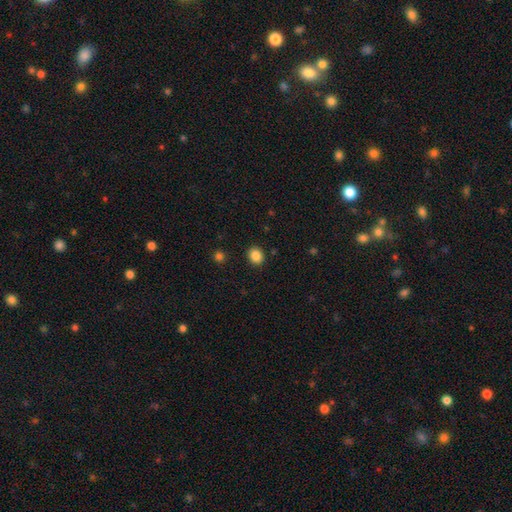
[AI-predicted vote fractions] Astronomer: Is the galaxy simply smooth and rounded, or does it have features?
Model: smooth — 87%.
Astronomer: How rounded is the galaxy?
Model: round — 68%.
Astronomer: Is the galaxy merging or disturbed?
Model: none — 90%.